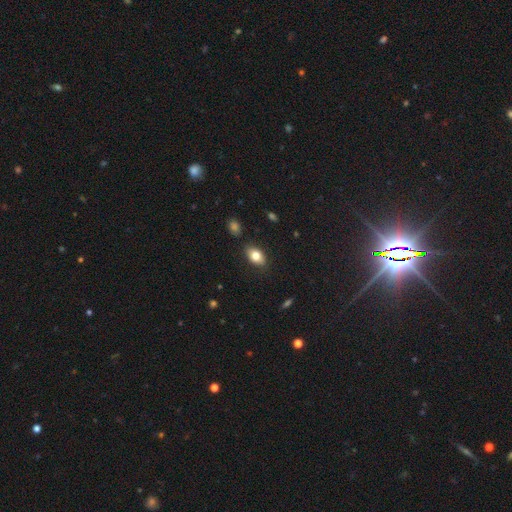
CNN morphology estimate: This is likely a smooth galaxy (80%). How rounded: clearly in between (88%). Merging: clearly none (84%).